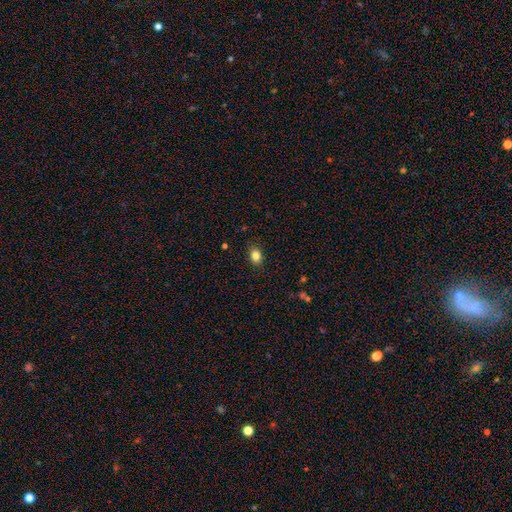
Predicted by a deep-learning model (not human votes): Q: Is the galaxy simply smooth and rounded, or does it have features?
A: smooth — 84%.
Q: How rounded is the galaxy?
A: in between — 64%.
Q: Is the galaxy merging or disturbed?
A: none — 87%.